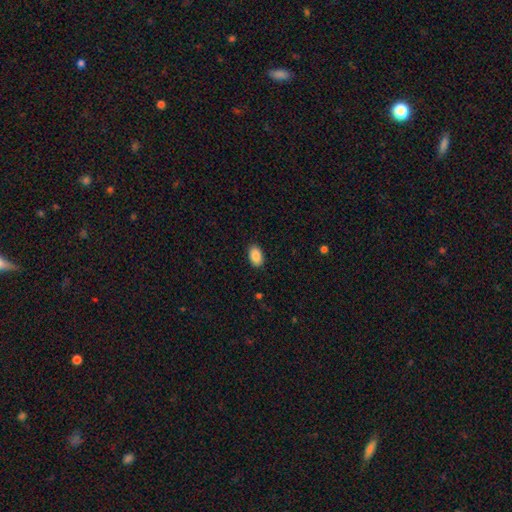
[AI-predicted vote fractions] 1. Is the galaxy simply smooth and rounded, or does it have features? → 90% smooth, 7% star or artifact, 3% featured or disk.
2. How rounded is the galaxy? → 90% in between, 8% round, 1% cigar-shaped.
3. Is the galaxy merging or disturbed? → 89% none, 8% minor disturbance, 2% major disturbance, 1% merger.